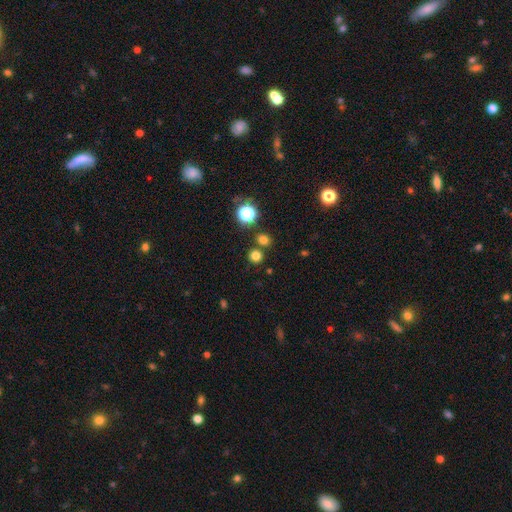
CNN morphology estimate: This is likely a smooth galaxy (75%). How rounded: clearly round (90%). Merging: likely none (78%).